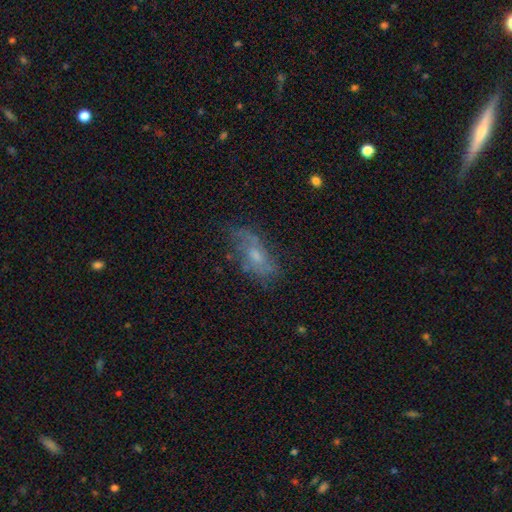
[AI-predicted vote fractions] featured or disk 57%, smooth 33%, star or artifact 10%. Down the decision tree: edge-on disk — no (90%); bar — no (64%); spiral arms — yes (71%); bulge size — moderate (45%); merging — none (60%).